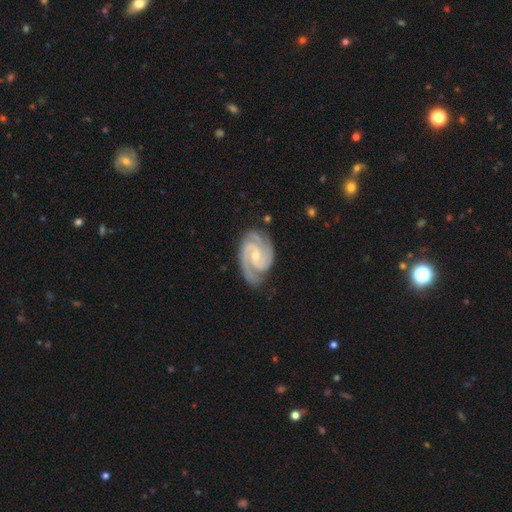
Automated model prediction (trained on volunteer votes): Smooth or featured?
  - featured or disk: 93% *
  - star or artifact: 3%
  - smooth: 3%
Edge-on disk?
  - no: 98% *
  - yes: 2%
Bar?
  - weak: 43% *
  - no: 42%
  - strong: 15%
Spiral arms?
  - yes: 99% *
  - no: 1%
Spiral winding?
  - tight: 63% *
  - medium: 33%
  - loose: 4%
Spiral arm count?
  - 2: 44% *
  - 3: 40%
  - can't tell: 5%
  - 4: 5%
  - 1: 3%
  - more than 4: 3%
Bulge size?
  - small: 60% *
  - moderate: 36%
  - none: 2%
  - large: 1%
  - dominant: 1%
Merging?
  - none: 77% *
  - minor disturbance: 17%
  - major disturbance: 4%
  - merger: 1%